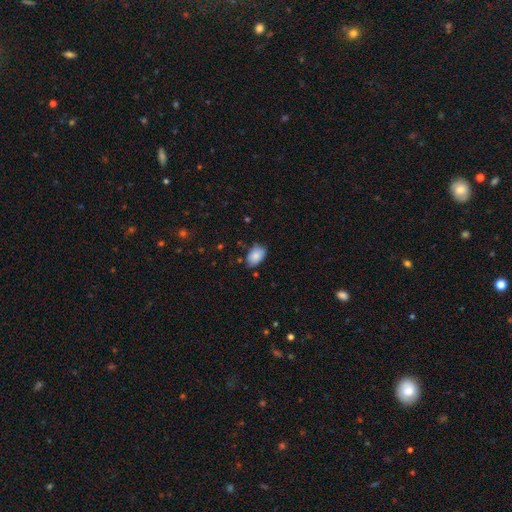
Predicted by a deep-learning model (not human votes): smooth-or-featured: smooth: 86% | star or artifact: 7% | featured or disk: 6%
  how-rounded: in between: 90% | round: 9% | cigar-shaped: 1%
  merging: none: 76% | minor disturbance: 19% | major disturbance: 3% | merger: 2%